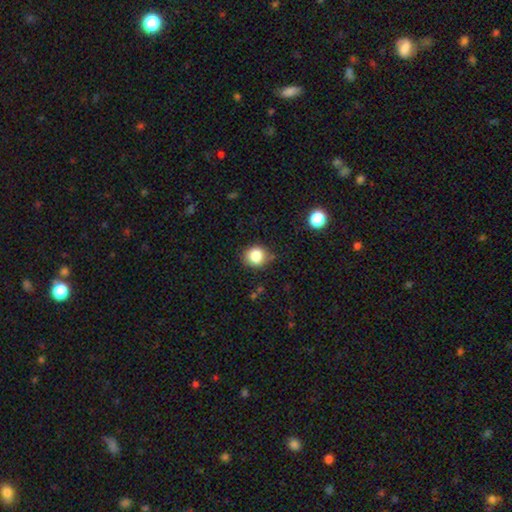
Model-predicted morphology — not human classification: smooth-or-featured: smooth: 84% | star or artifact: 11% | featured or disk: 6%
  how-rounded: round: 83% | in between: 16% | cigar-shaped: 1%
  merging: none: 79% | minor disturbance: 15% | major disturbance: 3% | merger: 2%